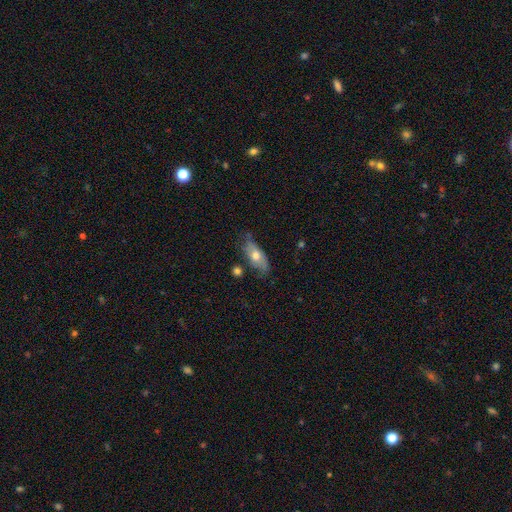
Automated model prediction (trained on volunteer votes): Q: Smooth or featured?
A: smooth (61%); runner-up: featured or disk (33%)
Q: How rounded?
A: in between (79%); runner-up: cigar-shaped (17%)
Q: Merging?
A: none (64%); runner-up: minor disturbance (25%)